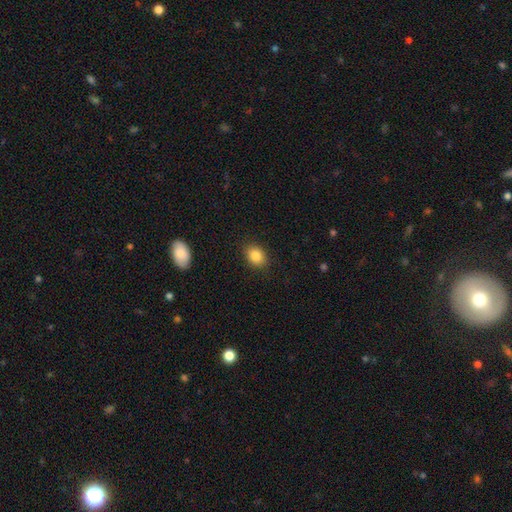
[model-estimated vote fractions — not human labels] A smooth galaxy with no disk features (86%) that is in between round and cigar-shaped (59%).

Vote fractions:
- Smooth or featured? smooth: 86% / star or artifact: 9% / featured or disk: 5%
- How rounded? in between: 59% / round: 40% / cigar-shaped: 1%
- Merging? none: 87% / minor disturbance: 9% / major disturbance: 3% / merger: 1%